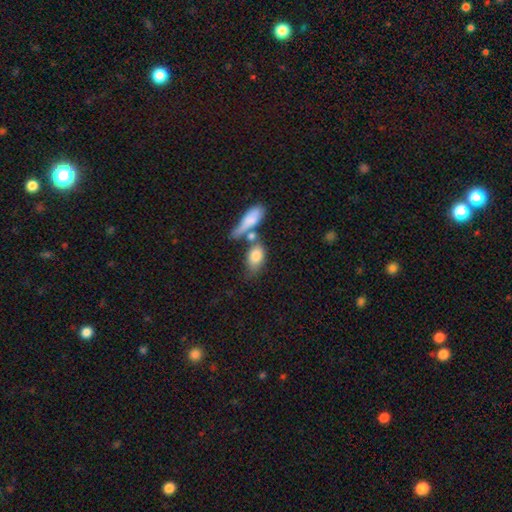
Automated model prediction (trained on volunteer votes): Smooth or featured: smooth — 79% (featured or disk — 15%)
How rounded: in between — 81% (cigar-shaped — 10%)
Merging: none — 42% (merger — 35%)